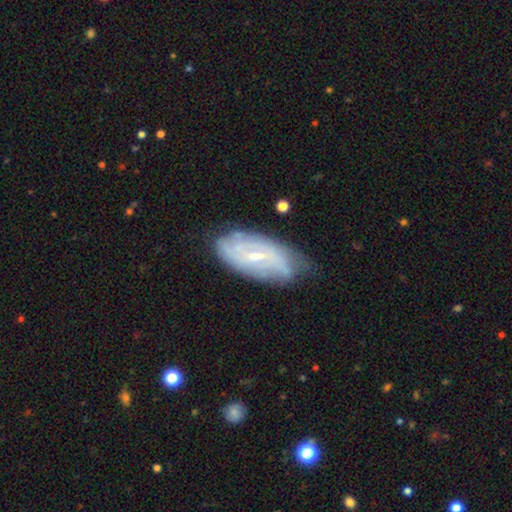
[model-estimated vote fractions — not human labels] Overall: featured or disk (68%). Edge-on disk: no (92%). Bar: weak (53%; no 29%). Spiral arms: yes (78%). Bulge size: small (63%; moderate 30%). Merging: none (58%; minor disturbance 31%).